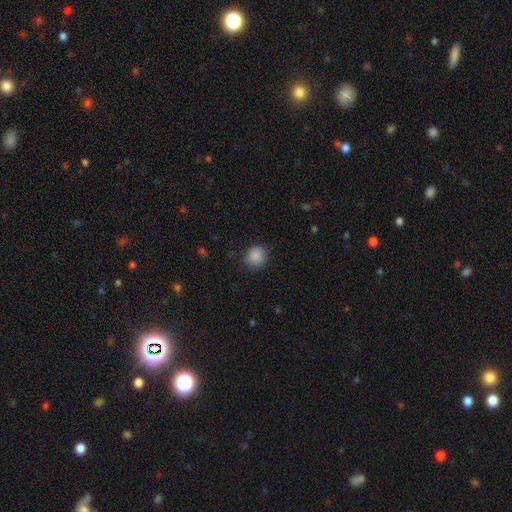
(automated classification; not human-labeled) A smooth galaxy with no disk features (87%) that is round (89%).

Vote fractions:
- Smooth or featured? smooth: 87% / star or artifact: 9% / featured or disk: 3%
- How rounded? round: 89% / in between: 10% / cigar-shaped: 1%
- Merging? none: 84% / minor disturbance: 12% / major disturbance: 3% / merger: 1%